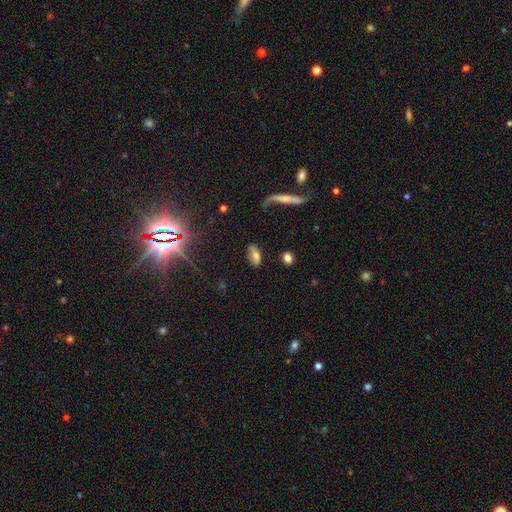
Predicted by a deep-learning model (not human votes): Q: Smooth or featured?
A: smooth (63%); runner-up: featured or disk (26%)
Q: How rounded?
A: in between (83%); runner-up: cigar-shaped (12%)
Q: Merging?
A: none (74%); runner-up: minor disturbance (16%)